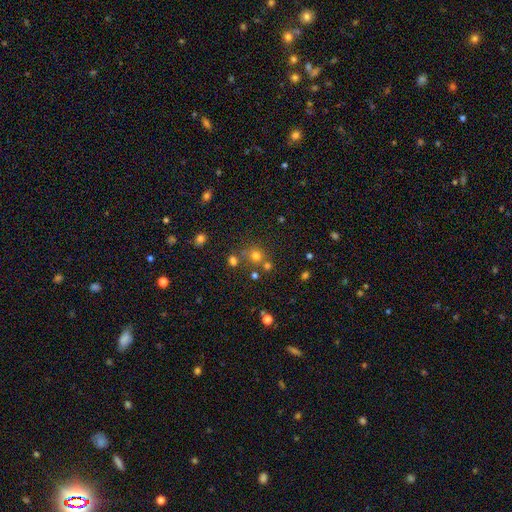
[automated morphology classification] Smooth or featured? Predicted: smooth (p=0.56). How rounded? Predicted: round (p=0.86). Merging? Predicted: none (p=0.64).